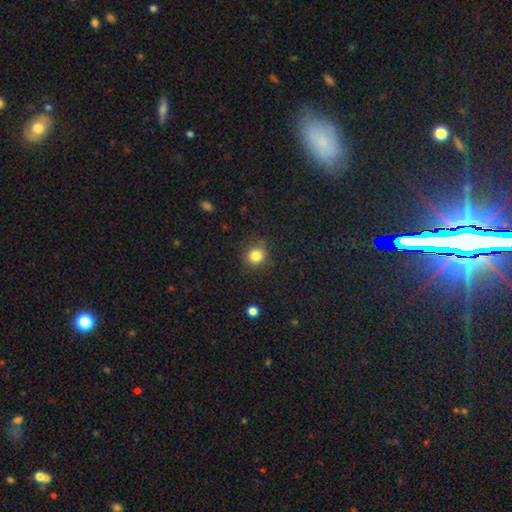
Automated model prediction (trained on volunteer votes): smooth 83%, star or artifact 12%, featured or disk 5%. Down the decision tree: how rounded — round (86%); merging — none (84%).